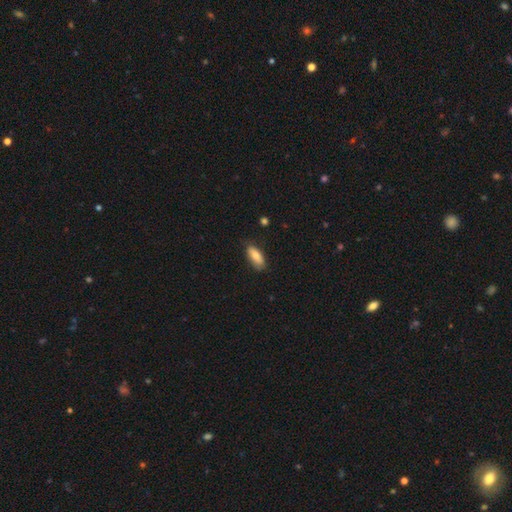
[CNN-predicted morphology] Q: Smooth or featured?
A: smooth (81%); runner-up: featured or disk (13%)
Q: How rounded?
A: in between (77%); runner-up: cigar-shaped (21%)
Q: Merging?
A: none (75%); runner-up: minor disturbance (20%)